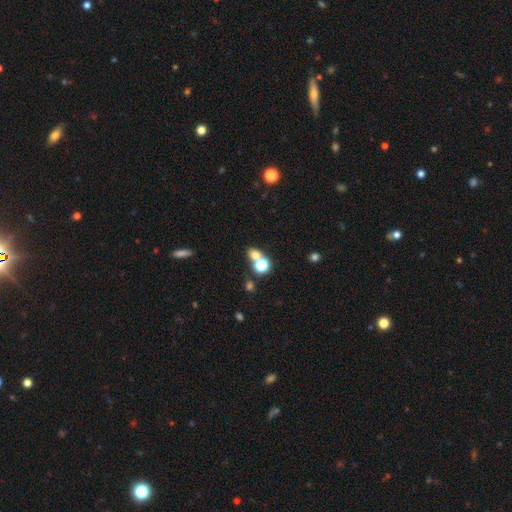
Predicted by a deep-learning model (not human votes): smooth-or-featured: smooth: 68% | star or artifact: 20% | featured or disk: 12%
  how-rounded: round: 61% | in between: 37% | cigar-shaped: 2%
  merging: merger: 45% | none: 43% | minor disturbance: 8% | major disturbance: 4%